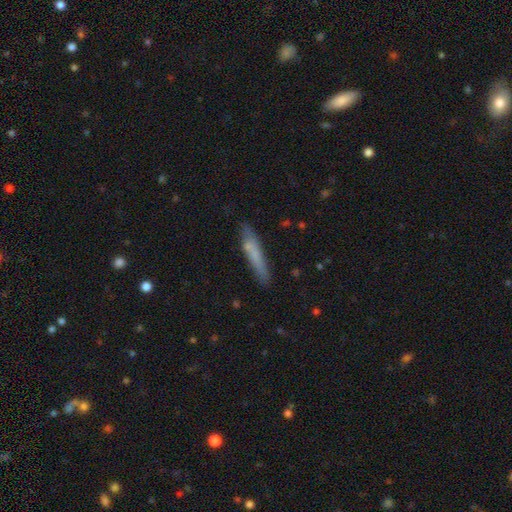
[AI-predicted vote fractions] A smooth galaxy with no disk features (66%) that is cigar-shaped (92%).

Vote fractions:
- Smooth or featured? smooth: 66% / featured or disk: 27% / star or artifact: 7%
- How rounded? cigar-shaped: 92% / in between: 7% / round: 2%
- Merging? none: 78% / minor disturbance: 16% / merger: 3% / major disturbance: 3%